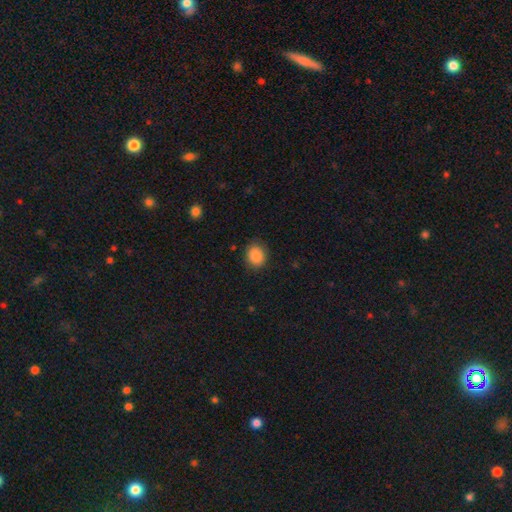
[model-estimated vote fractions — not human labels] Morphology: type=smooth (87%); roundness=round (67%); merging=none (84%).